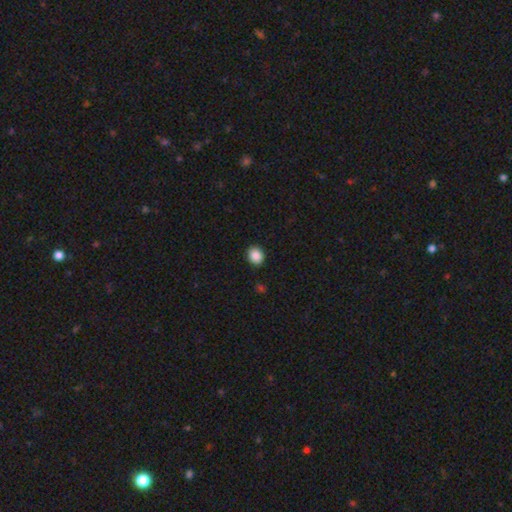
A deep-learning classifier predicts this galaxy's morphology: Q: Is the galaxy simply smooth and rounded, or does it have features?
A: smooth — 88%.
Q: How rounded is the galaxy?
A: round — 63%.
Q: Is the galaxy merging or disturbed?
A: none — 91%.